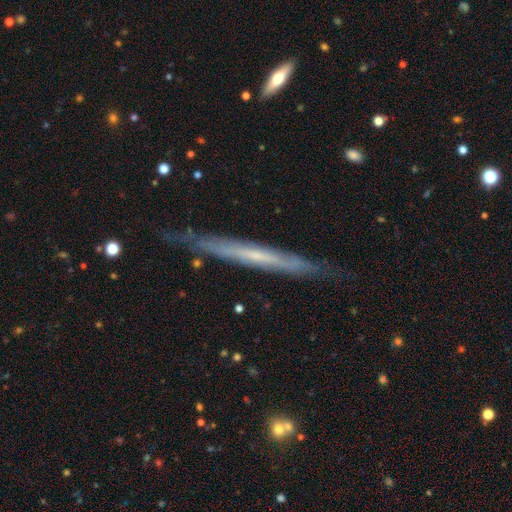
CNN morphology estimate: The model was most divided on "smooth or featured": featured or disk: 66%, smooth: 27%, star or artifact: 7%. More confident: edge-on disk — yes (91%); merging — none (80%); edge-on bulge — none (76%).